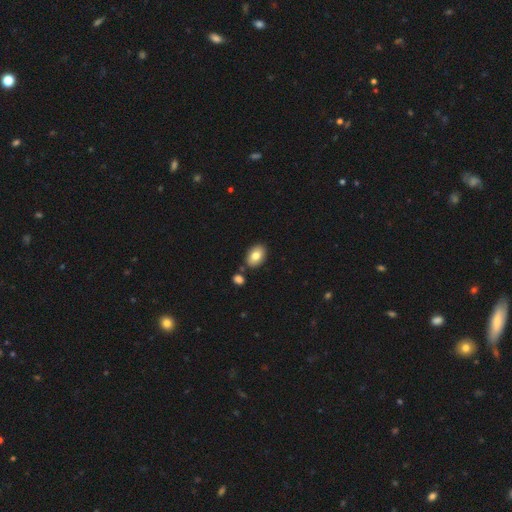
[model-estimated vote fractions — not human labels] This is clearly a smooth galaxy (81%). How rounded: clearly in between (84%). Merging: clearly none (80%).